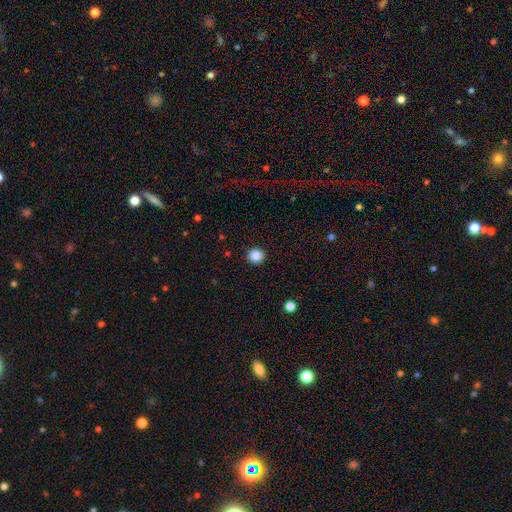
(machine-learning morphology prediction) A smooth galaxy with no disk features (86%) that is round (92%).

Vote fractions:
- Smooth or featured? smooth: 86% / star or artifact: 10% / featured or disk: 3%
- How rounded? round: 92% / in between: 8% / cigar-shaped: 1%
- Merging? none: 92% / minor disturbance: 5% / major disturbance: 2% / merger: 1%